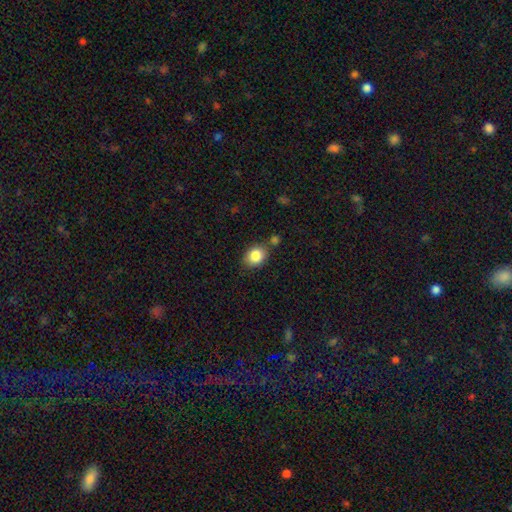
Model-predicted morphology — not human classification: Smooth or featured: smooth — 85% (star or artifact — 8%)
How rounded: in between — 52% (round — 47%)
Merging: none — 72% (minor disturbance — 14%)